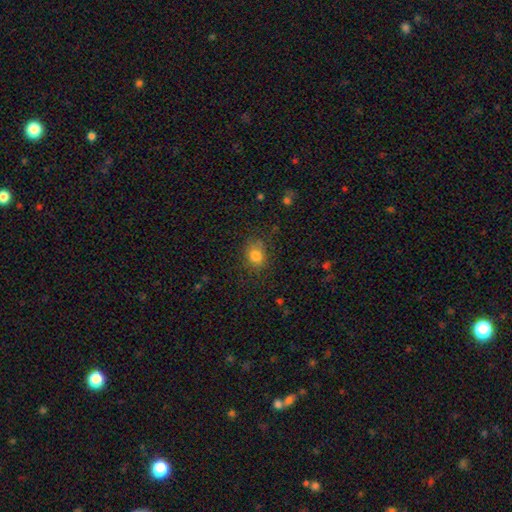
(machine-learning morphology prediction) A smooth galaxy with no disk features (81%) that is round (60%). Merging: none (77%).